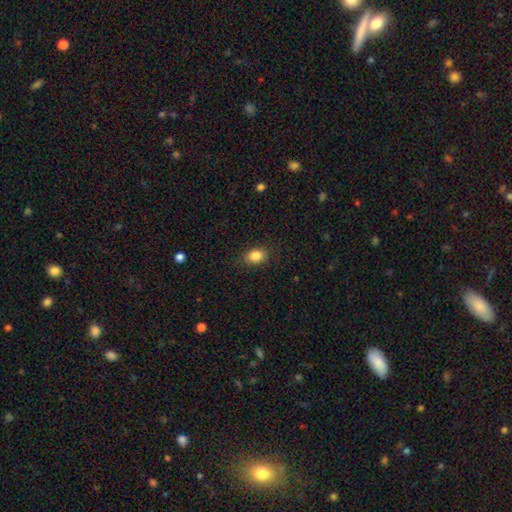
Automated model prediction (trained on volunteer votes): Q: Smooth or featured?
A: smooth (85%); runner-up: star or artifact (9%)
Q: How rounded?
A: in between (61%); runner-up: round (38%)
Q: Merging?
A: none (85%); runner-up: minor disturbance (11%)